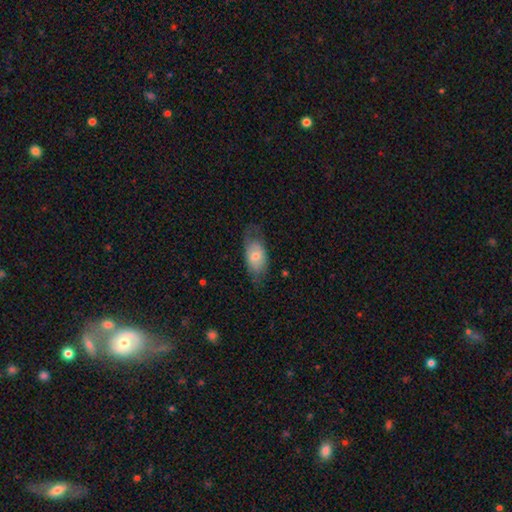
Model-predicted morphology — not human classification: smooth_or_featured: smooth (p=0.59) [alt: featured or disk p=0.33]
how_rounded: in between (p=0.87) [alt: round p=0.07]
merging: none (p=0.65) [alt: minor disturbance p=0.23]